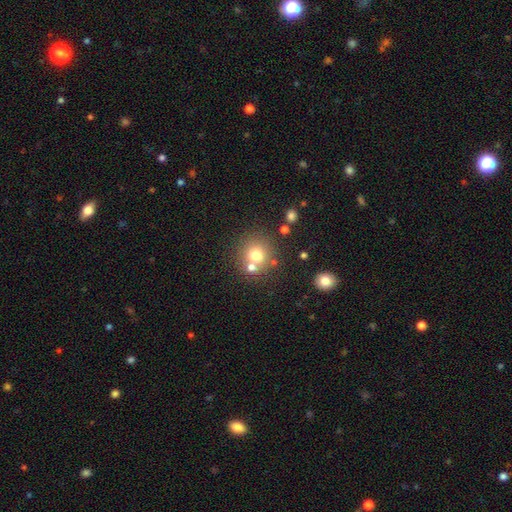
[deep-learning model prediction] A smooth galaxy with no disk features (72%) that is round (91%).

Vote fractions:
- Smooth or featured? smooth: 72% / star or artifact: 14% / featured or disk: 14%
- How rounded? round: 91% / in between: 8% / cigar-shaped: 1%
- Merging? none: 65% / merger: 22% / minor disturbance: 9% / major disturbance: 4%